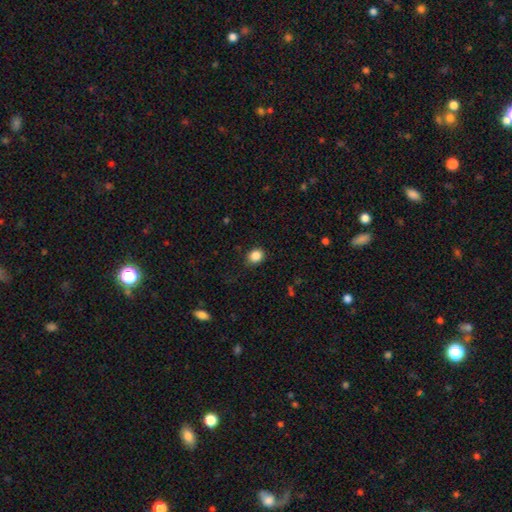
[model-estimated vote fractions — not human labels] This is clearly a smooth galaxy (86%). How rounded: likely round (61%). Merging: clearly none (83%).